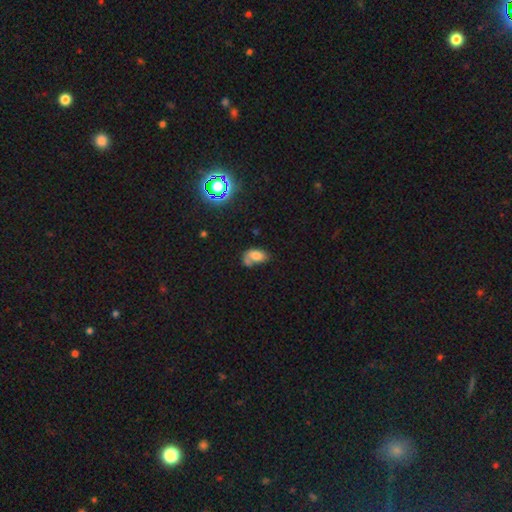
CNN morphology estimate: Smooth or featured: smooth — 74% (featured or disk — 15%)
How rounded: in between — 89% (round — 9%)
Merging: none — 35% (merger — 32%)